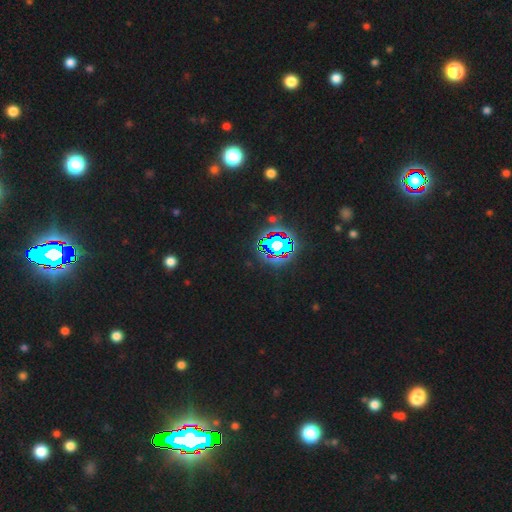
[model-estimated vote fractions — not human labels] This is clearly a star or artifact rather than a galaxy (81%).